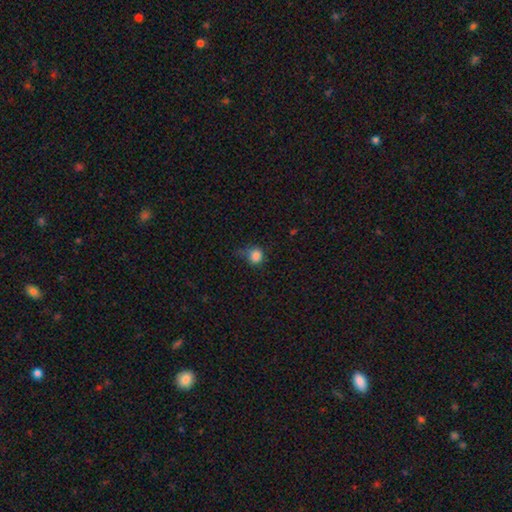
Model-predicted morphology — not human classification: A smooth galaxy with no disk features (83%) that is round (79%).

Vote fractions:
- Smooth or featured? smooth: 83% / star or artifact: 12% / featured or disk: 5%
- How rounded? round: 79% / in between: 20% / cigar-shaped: 1%
- Merging? none: 50% / minor disturbance: 32% / major disturbance: 15% / merger: 4%